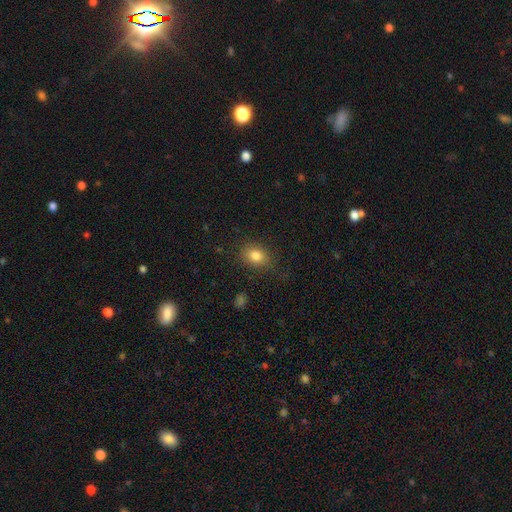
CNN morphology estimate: smooth-or-featured: smooth: 83% | star or artifact: 10% | featured or disk: 7%
  how-rounded: in between: 60% | round: 38% | cigar-shaped: 1%
  merging: none: 80% | minor disturbance: 14% | major disturbance: 4% | merger: 1%